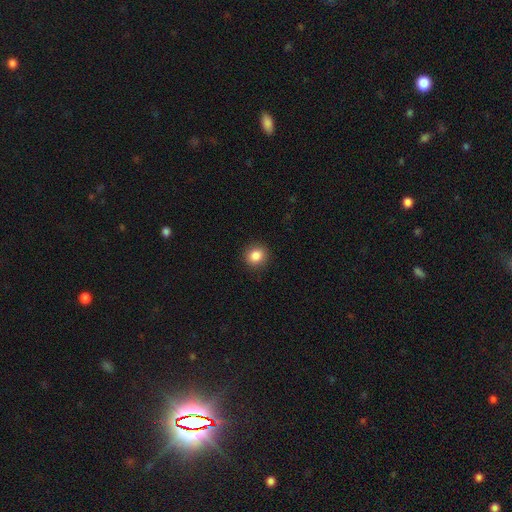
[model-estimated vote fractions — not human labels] Smooth or featured: smooth — 86% (star or artifact — 10%)
How rounded: round — 85% (in between — 14%)
Merging: none — 91% (minor disturbance — 6%)